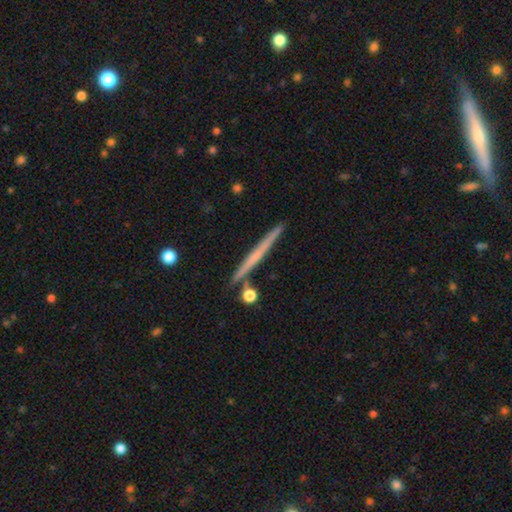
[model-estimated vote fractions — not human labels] smooth-or-featured: featured or disk: 53% | smooth: 41% | star or artifact: 6%
  disk-edge-on: yes: 97% | no: 3%
    edge-on-bulge: none: 82% | rounded: 13% | boxy: 4%
  merging: none: 89% | minor disturbance: 6% | merger: 3% | major disturbance: 1%